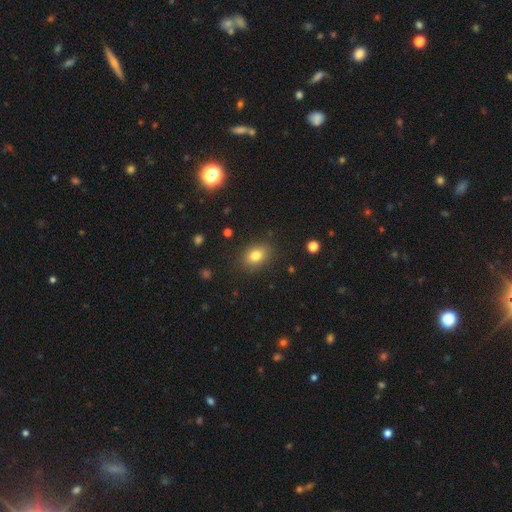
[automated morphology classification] Smooth or featured: smooth — 80% (star or artifact — 11%)
How rounded: in between — 72% (round — 27%)
Merging: none — 85% (minor disturbance — 10%)